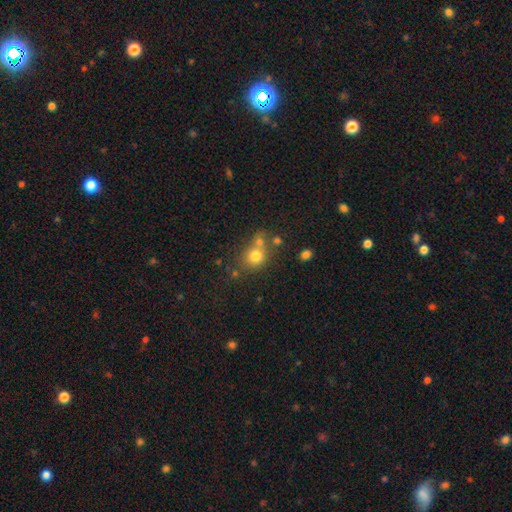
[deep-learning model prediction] Q: Smooth or featured?
A: smooth (75%); runner-up: star or artifact (13%)
Q: How rounded?
A: round (76%); runner-up: in between (23%)
Q: Merging?
A: none (49%); runner-up: merger (33%)